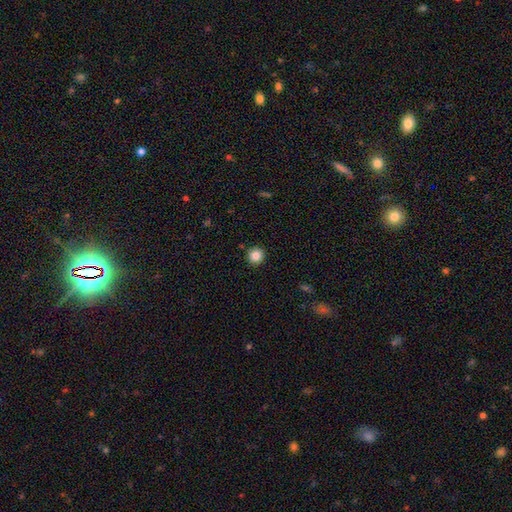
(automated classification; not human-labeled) smooth_or_featured: smooth (p=0.85) [alt: star or artifact p=0.11]
how_rounded: round (p=0.94) [alt: in between p=0.05]
merging: none (p=0.91) [alt: minor disturbance p=0.05]